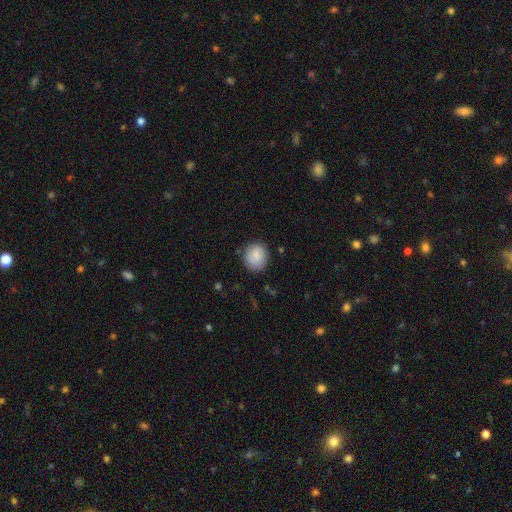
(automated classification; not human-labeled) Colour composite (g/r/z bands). It shows a smooth galaxy with no disk features (83%) that is round (82%). Merging: none (83%).